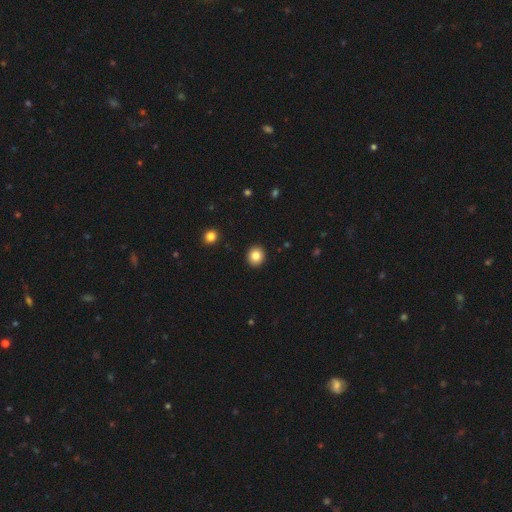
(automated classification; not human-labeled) A smooth galaxy with no disk features (84%) that is round (84%).

Vote fractions:
- Smooth or featured? smooth: 84% / star or artifact: 10% / featured or disk: 6%
- How rounded? round: 84% / in between: 15% / cigar-shaped: 1%
- Merging? none: 93% / minor disturbance: 5% / major disturbance: 2% / merger: 1%